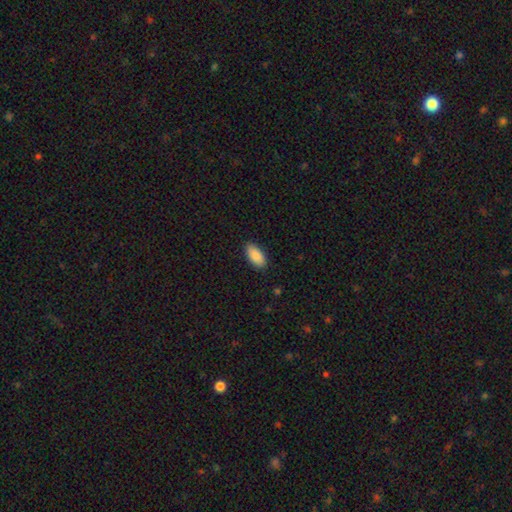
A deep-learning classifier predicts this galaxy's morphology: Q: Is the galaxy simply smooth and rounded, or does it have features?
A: smooth — 89%.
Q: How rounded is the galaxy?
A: in between — 93%.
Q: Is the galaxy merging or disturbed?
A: none — 88%.